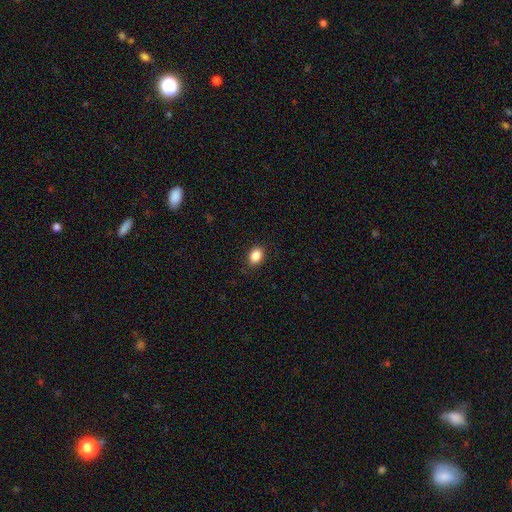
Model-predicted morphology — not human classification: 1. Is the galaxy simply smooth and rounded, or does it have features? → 87% smooth, 9% star or artifact, 4% featured or disk.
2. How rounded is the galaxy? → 72% in between, 27% round, 1% cigar-shaped.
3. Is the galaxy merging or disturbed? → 88% none, 9% minor disturbance, 2% major disturbance, 1% merger.